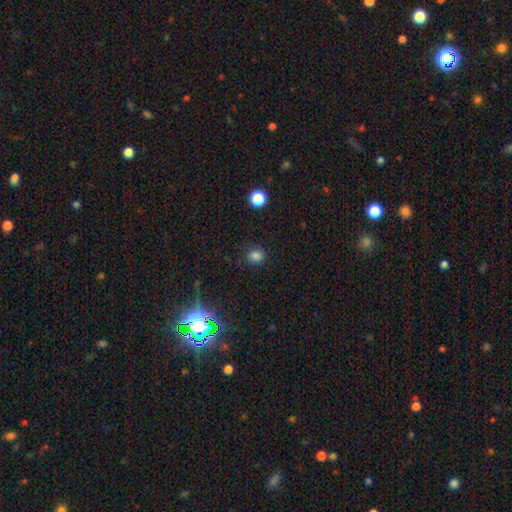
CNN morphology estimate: type=smooth (79%); roundness=in between (50%); merging=none (83%).